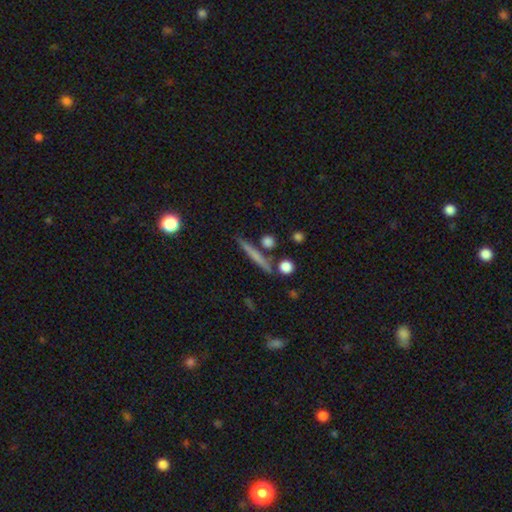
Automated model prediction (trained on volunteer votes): Overall: smooth (57%; featured or disk 35%). How rounded: cigar-shaped (90%). Merging: none (82%).